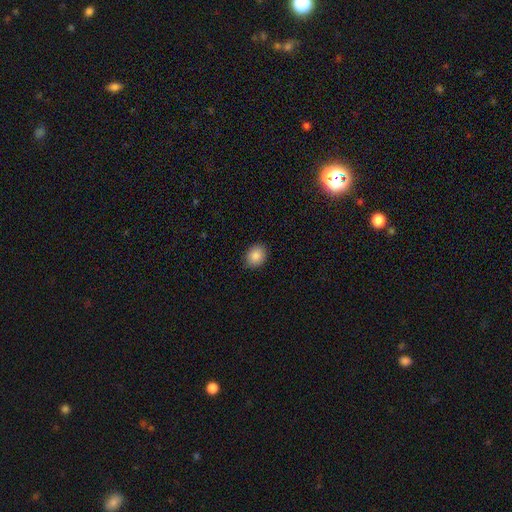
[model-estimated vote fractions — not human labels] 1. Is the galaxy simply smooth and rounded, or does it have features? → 86% smooth, 9% star or artifact, 5% featured or disk.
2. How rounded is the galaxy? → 60% round, 39% in between, 1% cigar-shaped.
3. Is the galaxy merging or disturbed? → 88% none, 9% minor disturbance, 2% major disturbance, 1% merger.